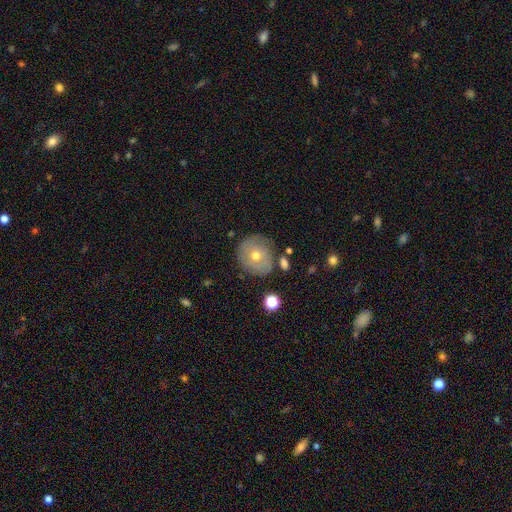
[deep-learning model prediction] Morphology: type=smooth (50%); merging=none (74%).